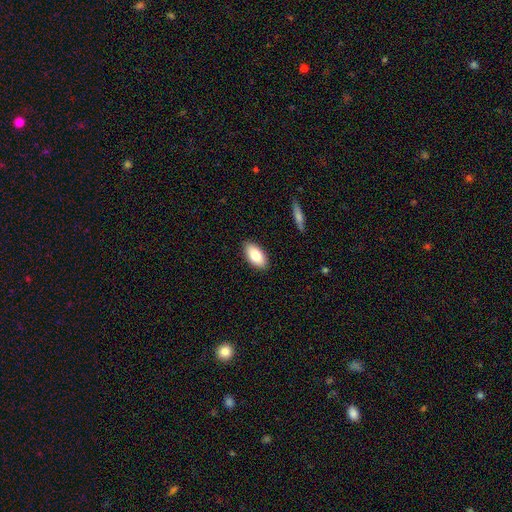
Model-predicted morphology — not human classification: smooth_or_featured: smooth (p=0.81) [alt: featured or disk p=0.13]
how_rounded: in between (p=0.94) [alt: cigar-shaped p=0.03]
merging: none (p=0.89) [alt: minor disturbance p=0.08]